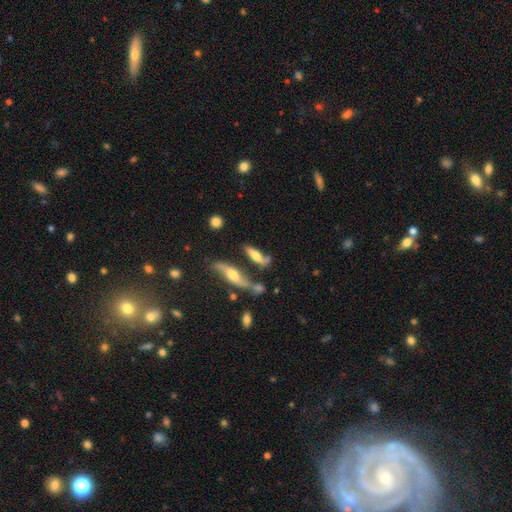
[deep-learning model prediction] A featured or disk galaxy (46%). Merging: none (46%).